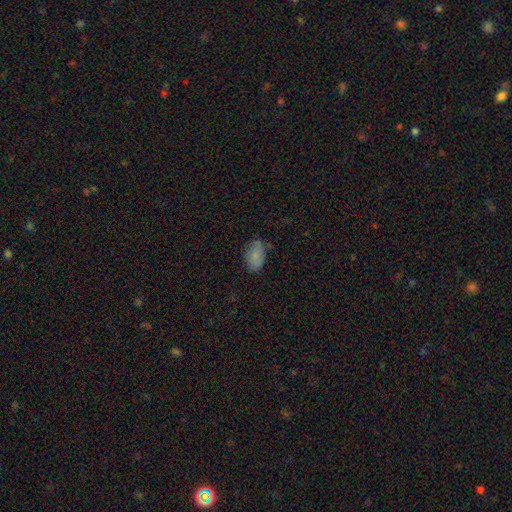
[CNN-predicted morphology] type=smooth (80%); roundness=in between (91%); merging=none (72%).